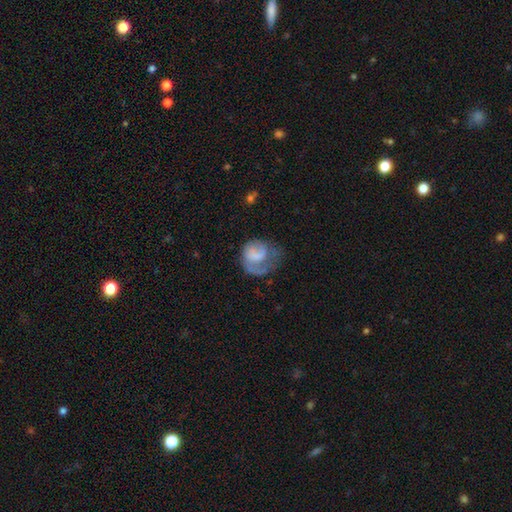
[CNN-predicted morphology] Smooth or featured?
  - featured or disk: 46% * (tied)
  - smooth: 46% * (tied)
  - star or artifact: 8%
Merging?
  - major disturbance: 41% *
  - none: 33%
  - minor disturbance: 23%
  - merger: 3%